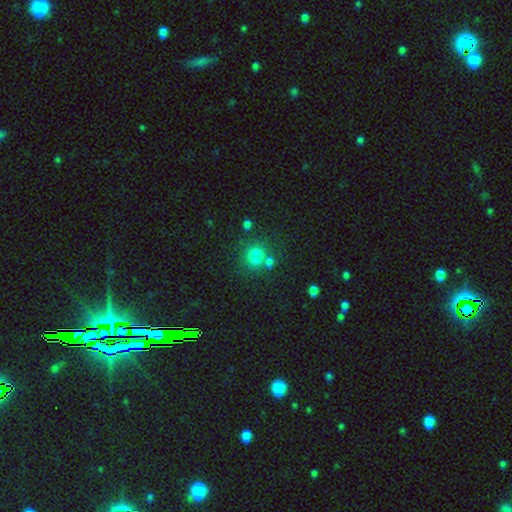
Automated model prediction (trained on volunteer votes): Smooth or featured? smooth (78%)
How rounded? round (78%)
Merging? none (63%)